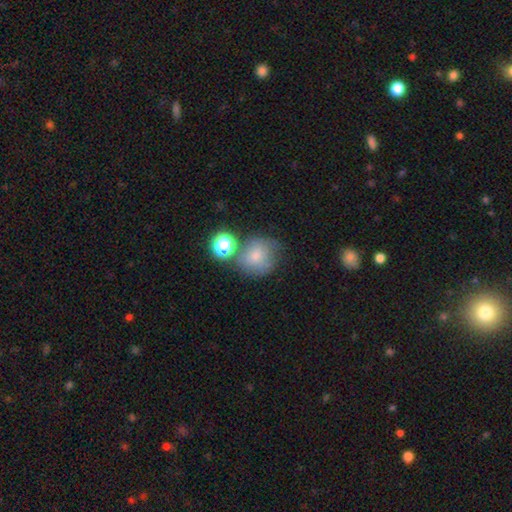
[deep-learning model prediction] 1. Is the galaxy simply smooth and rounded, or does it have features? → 71% smooth, 15% featured or disk, 14% star or artifact.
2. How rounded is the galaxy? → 83% round, 16% in between, 1% cigar-shaped.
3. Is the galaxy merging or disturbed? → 55% none, 19% minor disturbance, 16% merger, 9% major disturbance.